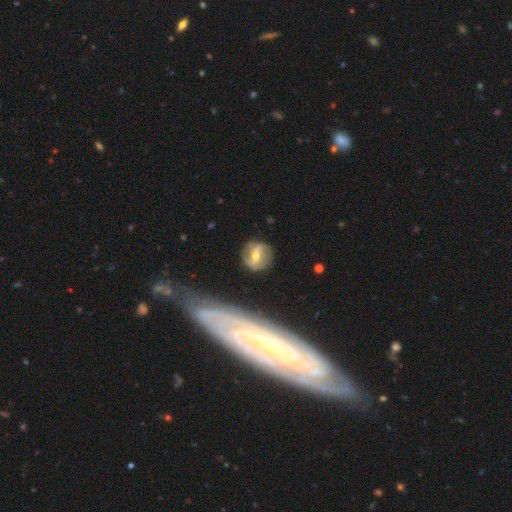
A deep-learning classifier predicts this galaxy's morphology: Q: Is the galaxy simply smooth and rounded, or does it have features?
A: featured or disk — 71%.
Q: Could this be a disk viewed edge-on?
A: no — 94%.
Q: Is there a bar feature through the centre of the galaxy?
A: weak — 40%.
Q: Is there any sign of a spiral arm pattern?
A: yes — 84%.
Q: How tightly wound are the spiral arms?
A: medium — 38%.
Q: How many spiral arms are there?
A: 2 — 73%.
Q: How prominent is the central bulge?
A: moderate — 59%.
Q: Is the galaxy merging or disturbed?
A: none — 80%.